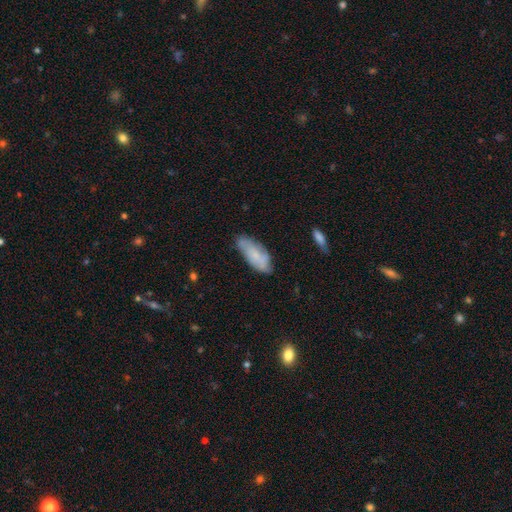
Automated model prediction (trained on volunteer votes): smooth 63%, featured or disk 30%, star or artifact 7%. Down the decision tree: how rounded — in between (78%); merging — none (67%).